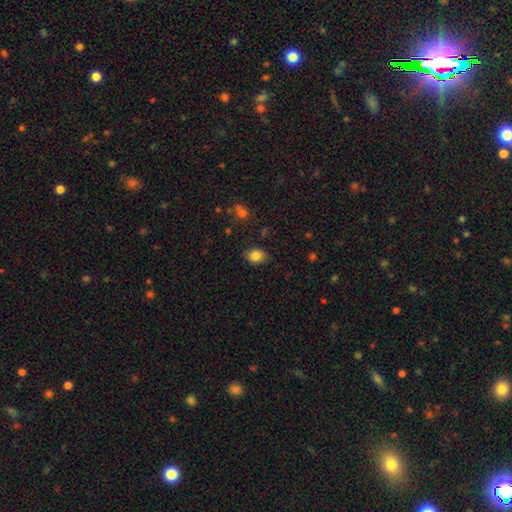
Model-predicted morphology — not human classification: Overall: smooth (86%). How rounded: in between (64%; round 35%). Merging: none (81%).